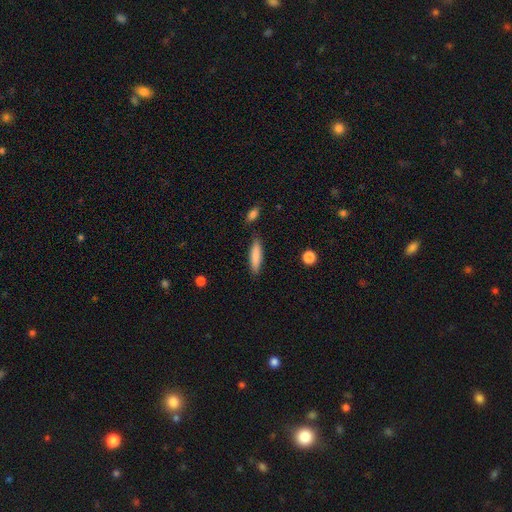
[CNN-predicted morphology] Smooth or featured? smooth (82%)
How rounded? cigar-shaped (74%)
Merging? none (84%)